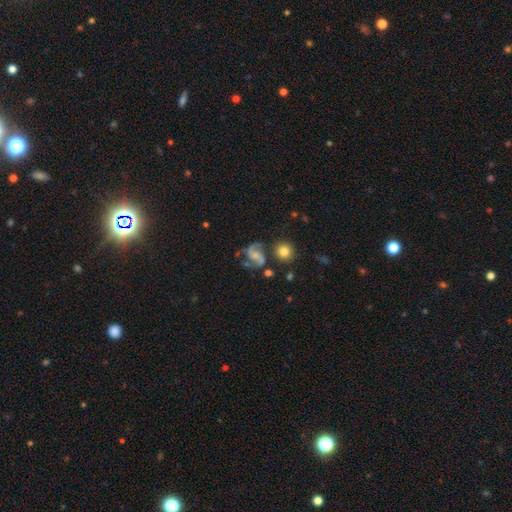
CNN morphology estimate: This is likely a featured or disk galaxy (78%). It is clearly not viewed edge-on (98%). Bar: possibly no (47%). Spiral arm pattern: clearly yes (94%). Spiral arm count: clearly 2 (88%). Spiral winding: possibly medium (47%). Central bulge: marginally small (42%). Merging: possibly none (52%).